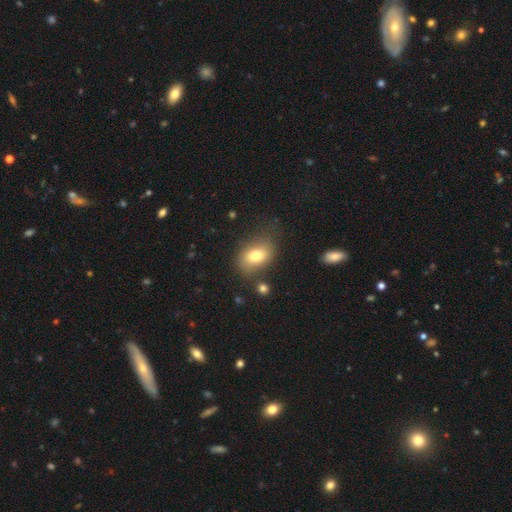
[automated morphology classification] This is likely a smooth galaxy (75%). How rounded: likely in between (77%). Merging: likely none (68%).